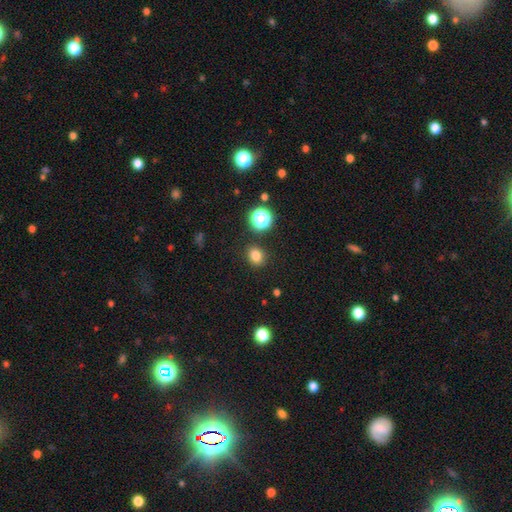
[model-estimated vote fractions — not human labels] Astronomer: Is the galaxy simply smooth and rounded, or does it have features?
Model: smooth — 80%.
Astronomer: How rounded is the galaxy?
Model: round — 61% (runner-up: in between, 38%).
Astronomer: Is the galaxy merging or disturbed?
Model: none — 86%.